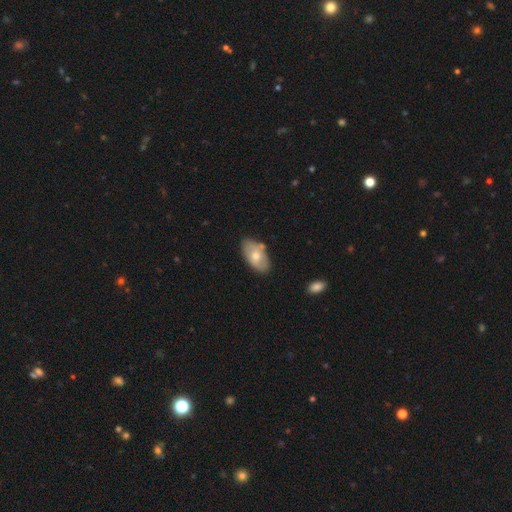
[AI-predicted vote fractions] Overall: smooth (59%; featured or disk 34%). How rounded: in between (94%). Merging: none (79%).